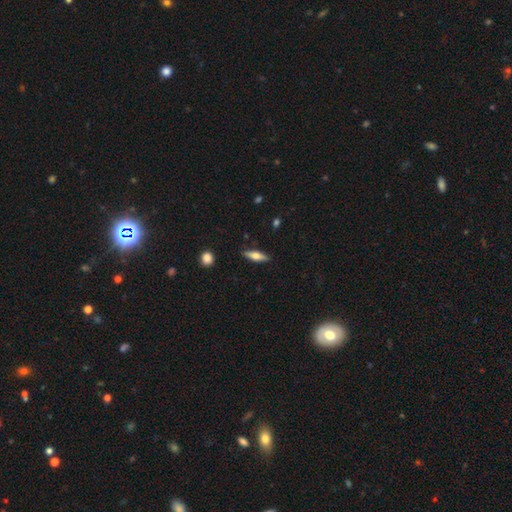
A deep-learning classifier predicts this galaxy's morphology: A smooth galaxy with no disk features (55%) that is cigar-shaped (57%). Merging: none (88%).